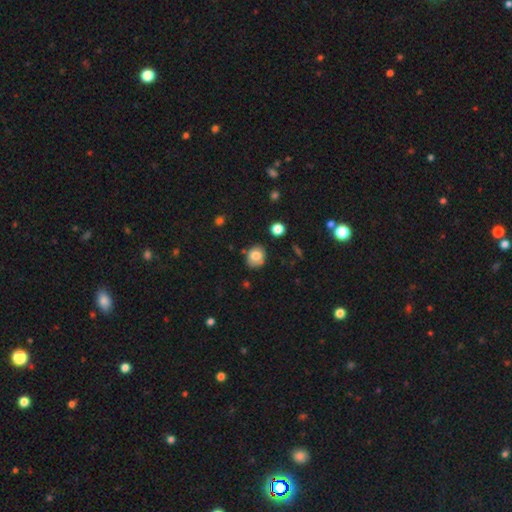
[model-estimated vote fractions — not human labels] Overall: smooth (75%). How rounded: round (53%; in between 46%). Merging: none (74%).